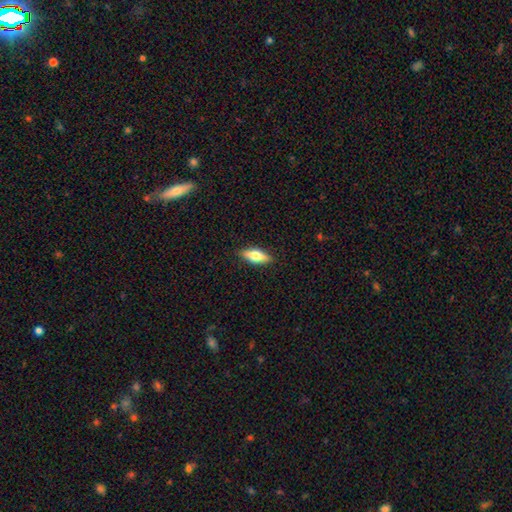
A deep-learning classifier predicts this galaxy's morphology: smooth_or_featured: smooth (p=0.61) [alt: featured or disk p=0.32]
how_rounded: in between (p=0.64) [alt: cigar-shaped p=0.33]
merging: none (p=0.88) [alt: minor disturbance p=0.09]